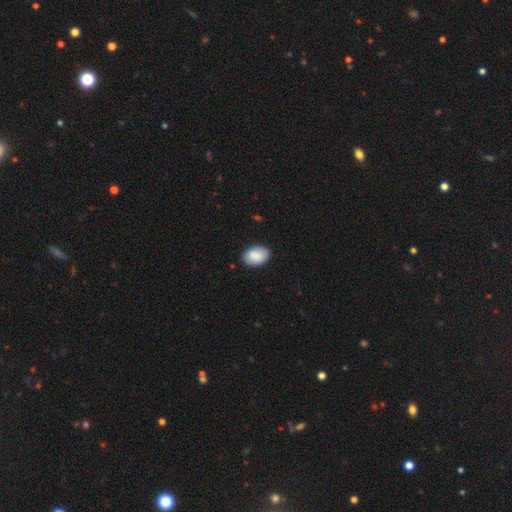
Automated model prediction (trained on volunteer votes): Smooth or featured? Predicted: smooth (p=0.90). How rounded? Predicted: in between (p=0.88). Merging? Predicted: none (p=0.86).